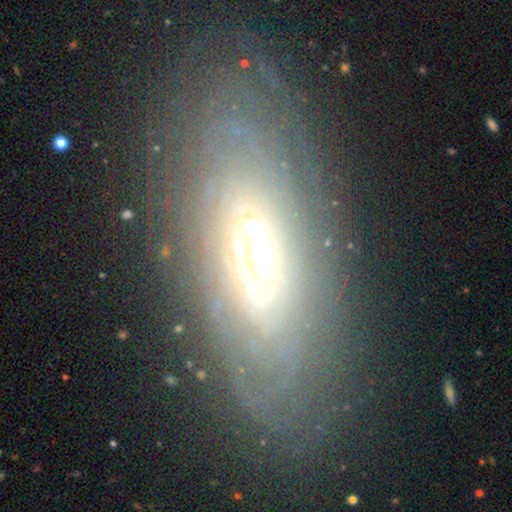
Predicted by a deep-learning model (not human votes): A featured or disk galaxy (77%) with no bar (70%), spiral arms (59%) and a moderate central bulge (61%).

Vote fractions:
- Smooth or featured? featured or disk: 77% / smooth: 14% / star or artifact: 9%
- Edge-on disk? no: 77% / yes: 23%
- Bar? no: 70% / weak: 20% / strong: 10%
- Spiral arms? yes: 59% / no: 41%
- Bulge size? moderate: 61% / large: 20% / small: 14% / dominant: 3% / none: 2%
- Merging? none: 71% / minor disturbance: 17% / major disturbance: 10% / merger: 2%